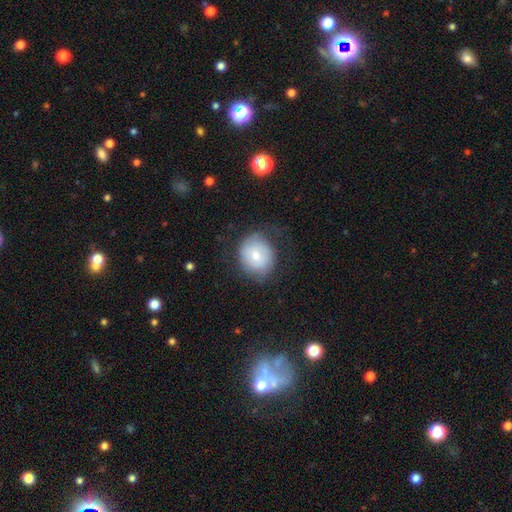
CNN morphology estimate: Smooth or featured?
  - smooth: 64% *
  - featured or disk: 28%
  - star or artifact: 8%
How rounded?
  - round: 80% *
  - in between: 20%
  - cigar-shaped: 1%
Merging?
  - none: 65% *
  - minor disturbance: 21%
  - major disturbance: 13%
  - merger: 1%